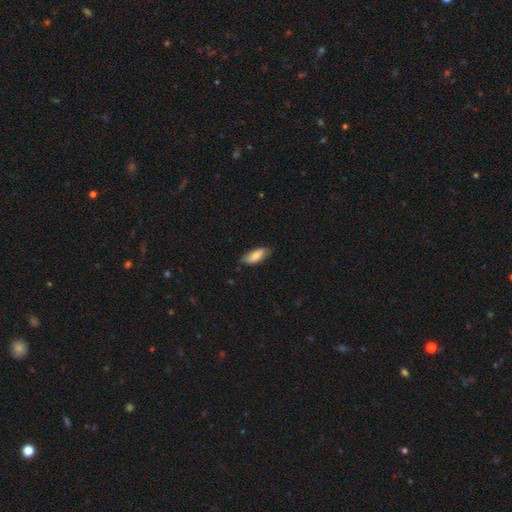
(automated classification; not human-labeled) Smooth or featured?
  - smooth: 78% *
  - featured or disk: 16%
  - star or artifact: 6%
How rounded?
  - in between: 78% *
  - cigar-shaped: 20%
  - round: 2%
Merging?
  - none: 73% *
  - minor disturbance: 22%
  - major disturbance: 3%
  - merger: 1%